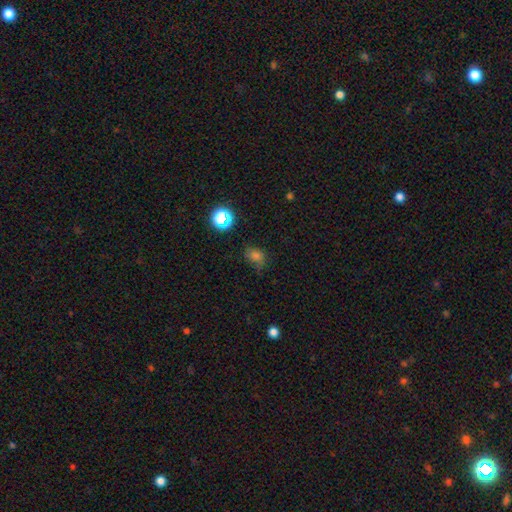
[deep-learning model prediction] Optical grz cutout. It shows a smooth galaxy with no disk features (69%) that is in between round and cigar-shaped (52%). Merging: none (52%).